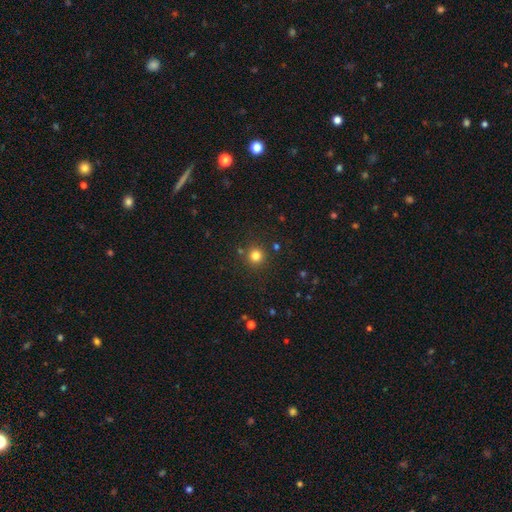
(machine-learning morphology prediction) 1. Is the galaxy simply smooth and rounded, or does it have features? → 80% smooth, 15% star or artifact, 5% featured or disk.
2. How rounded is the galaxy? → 94% round, 5% in between, 1% cigar-shaped.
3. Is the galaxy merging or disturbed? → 87% none, 7% minor disturbance, 4% merger, 2% major disturbance.